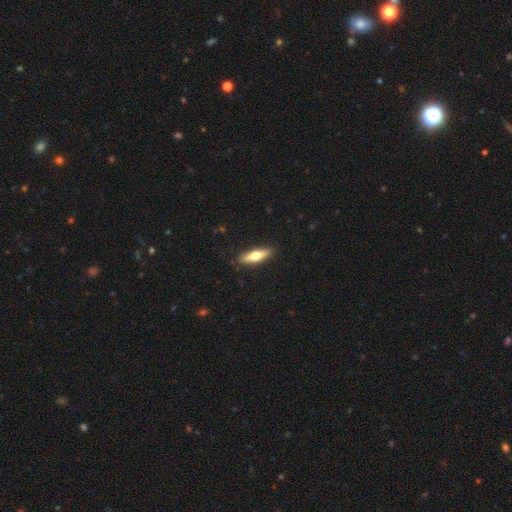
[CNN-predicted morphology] Overall: smooth (60%; featured or disk 35%). How rounded: cigar-shaped (61%; in between 37%). Merging: none (89%).